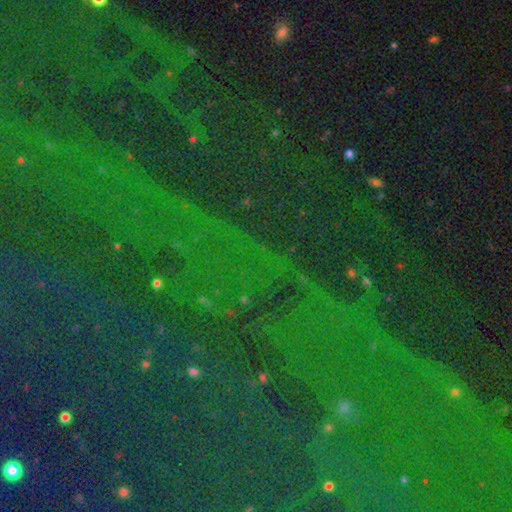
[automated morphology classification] Smooth or featured: star or artifact — 81% (smooth — 11%)